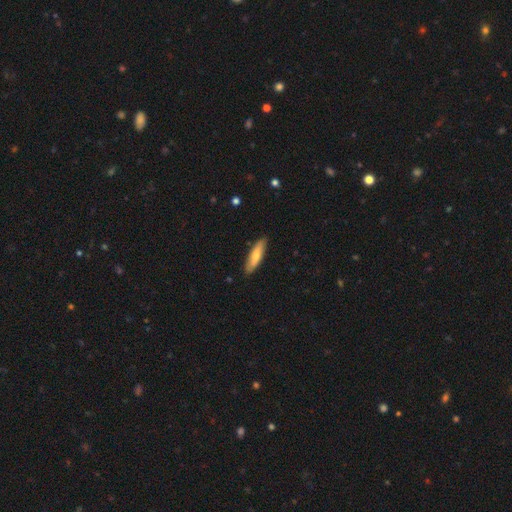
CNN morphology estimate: This appears to be a smooth galaxy with no disk features (66%) that is cigar-shaped (69%). Merging: none (86%).